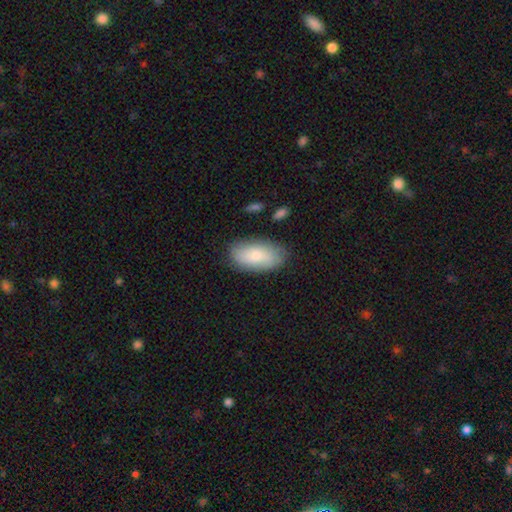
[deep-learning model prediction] A smooth galaxy with no disk features (77%) that is in between round and cigar-shaped (94%). Merging: none (78%).